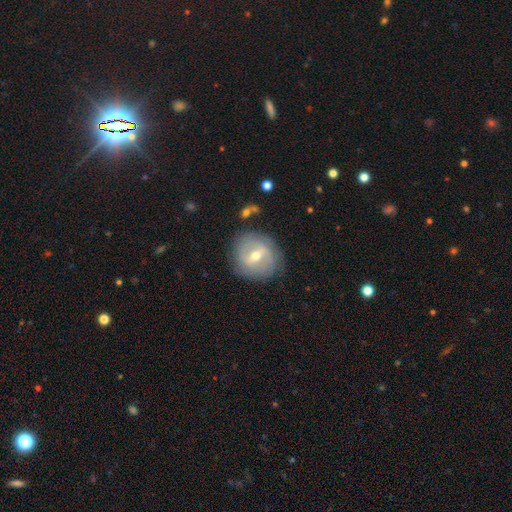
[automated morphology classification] featured or disk 69%, smooth 24%, star or artifact 7%. Down the decision tree: edge-on disk — no (94%); bar — weak (48%); spiral arms — yes (67%); bulge size — moderate (61%); merging — none (81%).